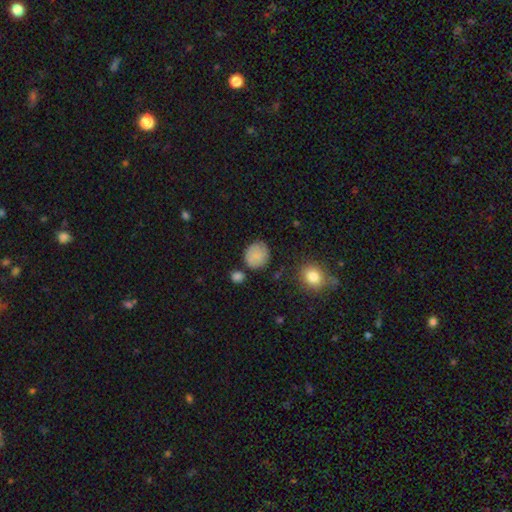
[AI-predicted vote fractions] Smooth or featured: smooth — 80% (featured or disk — 11%)
How rounded: round — 78% (in between — 21%)
Merging: none — 71% (minor disturbance — 19%)